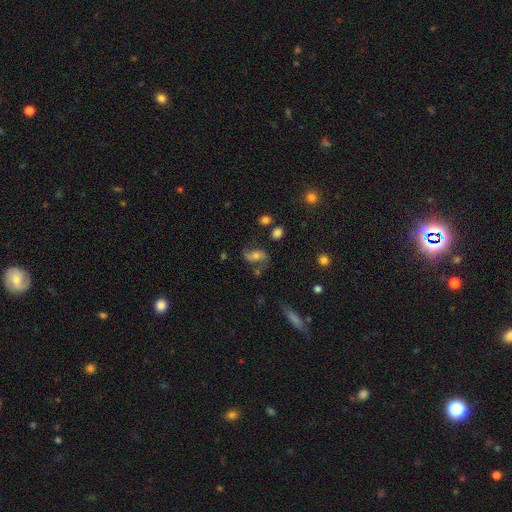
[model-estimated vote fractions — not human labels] This appears to be a featured or disk galaxy (54%) with no bar (47%), spiral arms (83%) and a moderate central bulge (52%). Merging: none (60%).